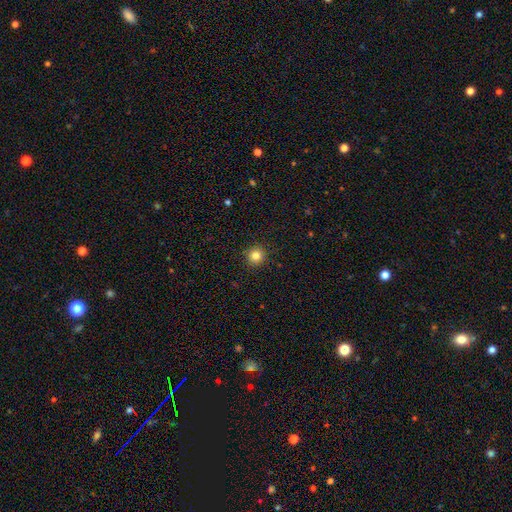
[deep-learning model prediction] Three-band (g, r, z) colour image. It shows a smooth galaxy with no disk features (83%) that is round (93%). Merging: none (92%).